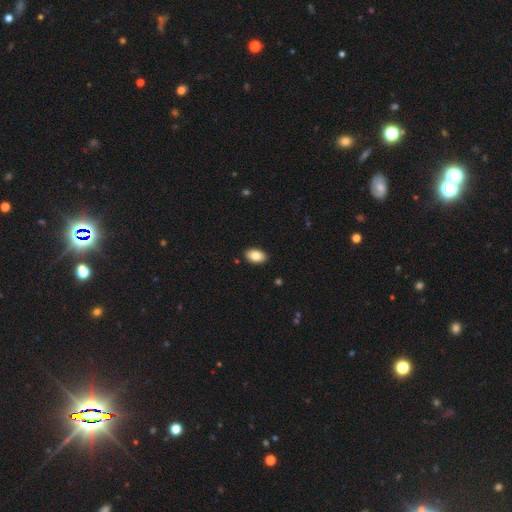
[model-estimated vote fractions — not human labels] Smooth or featured: smooth — 84% (featured or disk — 9%)
How rounded: in between — 92% (round — 7%)
Merging: none — 90% (minor disturbance — 7%)